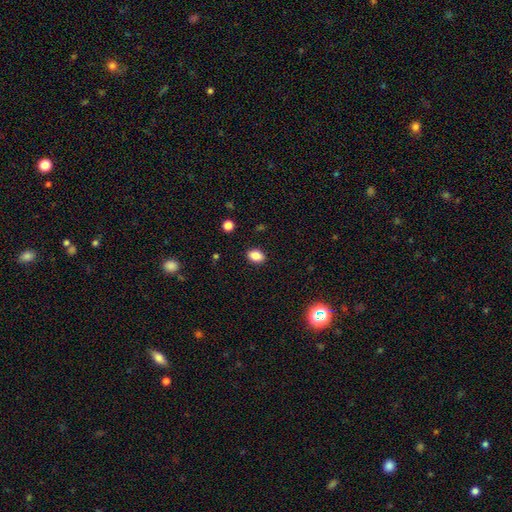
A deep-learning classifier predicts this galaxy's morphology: A smooth galaxy with no disk features (84%) that is in between round and cigar-shaped (77%). Merging: none (89%).